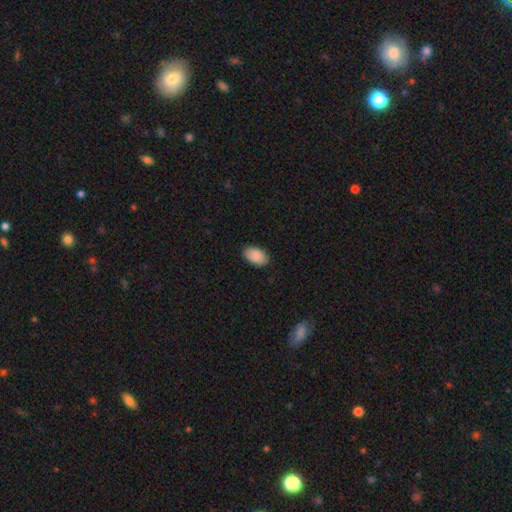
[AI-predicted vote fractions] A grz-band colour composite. It shows a smooth galaxy with no disk features (90%) that is in between round and cigar-shaped (93%). Merging: none (88%).